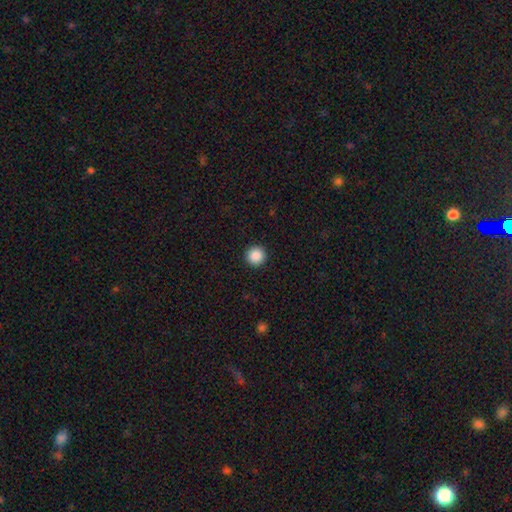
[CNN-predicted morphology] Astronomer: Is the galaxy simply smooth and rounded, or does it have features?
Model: smooth — 88%.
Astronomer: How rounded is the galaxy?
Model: round — 97%.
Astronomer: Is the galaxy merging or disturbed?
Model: none — 93%.